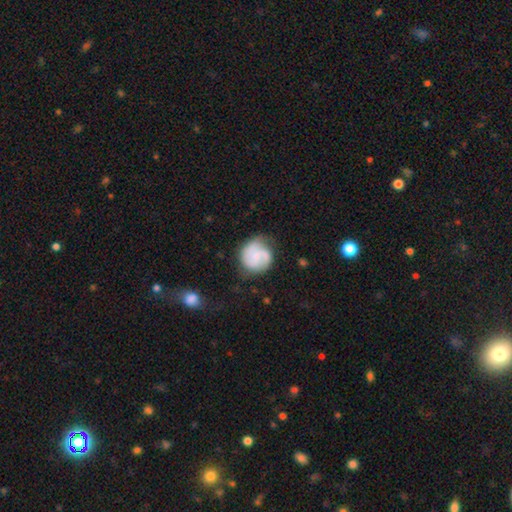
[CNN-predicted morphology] smooth_or_featured: smooth (p=0.49) [alt: featured or disk p=0.44]
merging: none (p=0.53) [alt: minor disturbance p=0.28]